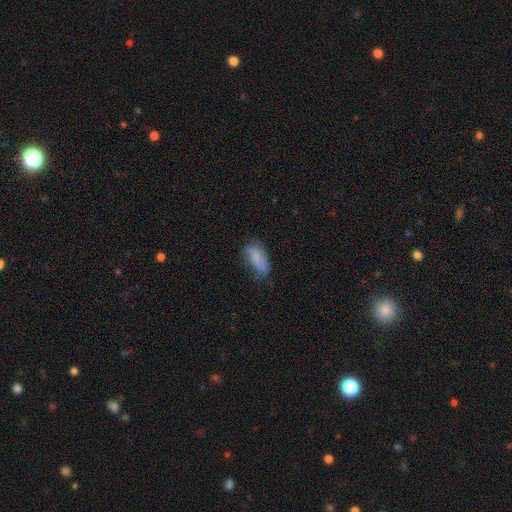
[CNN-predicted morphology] Smooth or featured? smooth (64%)
How rounded? in between (85%)
Merging? none (54%)